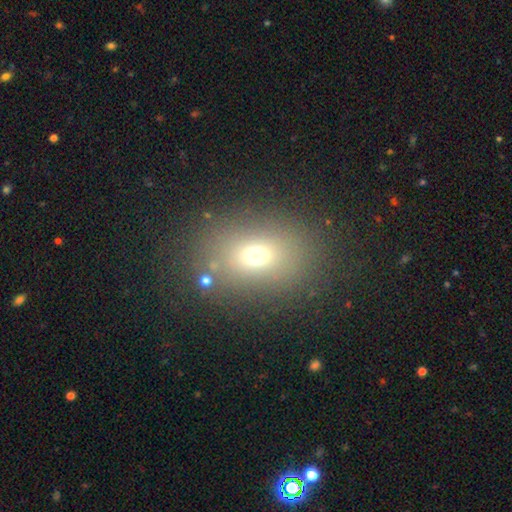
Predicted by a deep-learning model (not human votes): smooth_or_featured: smooth (p=0.68) [alt: star or artifact p=0.19]
how_rounded: in between (p=0.59) [alt: round p=0.40]
merging: none (p=0.80) [alt: minor disturbance p=0.10]